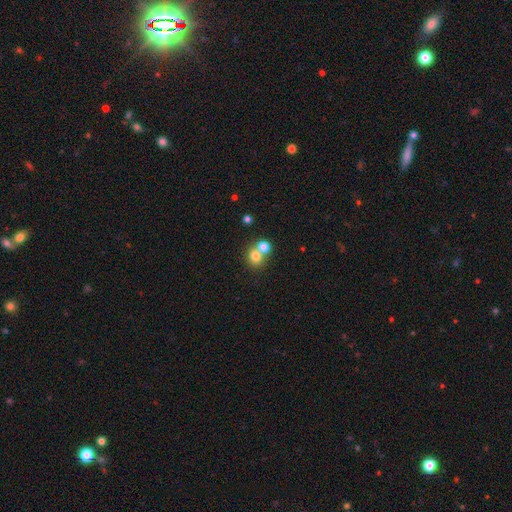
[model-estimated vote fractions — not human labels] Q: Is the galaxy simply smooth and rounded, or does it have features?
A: smooth — 76%.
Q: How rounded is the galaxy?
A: round — 74%.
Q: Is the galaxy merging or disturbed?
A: merger — 51%.